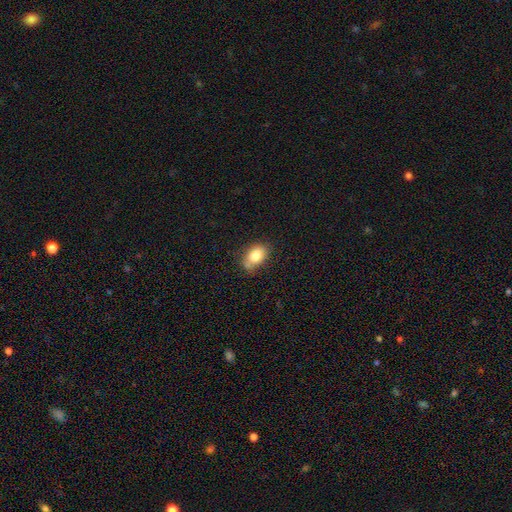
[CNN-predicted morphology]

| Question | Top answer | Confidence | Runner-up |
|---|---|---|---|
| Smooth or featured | smooth | 81% | featured or disk (11%) |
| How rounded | in between | 79% | round (19%) |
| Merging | none | 61% | minor disturbance (26%) |